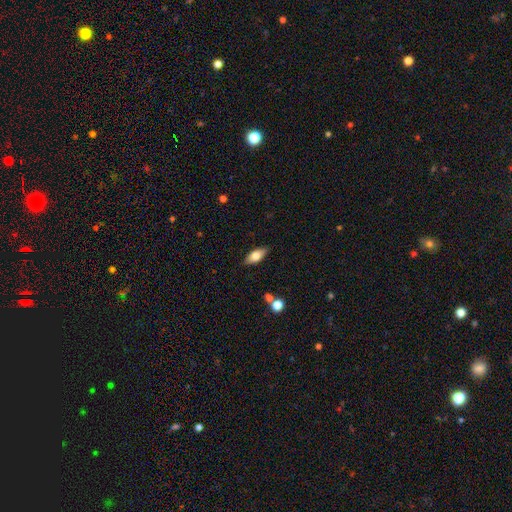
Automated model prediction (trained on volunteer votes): The model was most divided on "smooth or featured": smooth: 73%, featured or disk: 20%, star or artifact: 7%. More confident: merging — none (85%); how rounded — in between (83%).